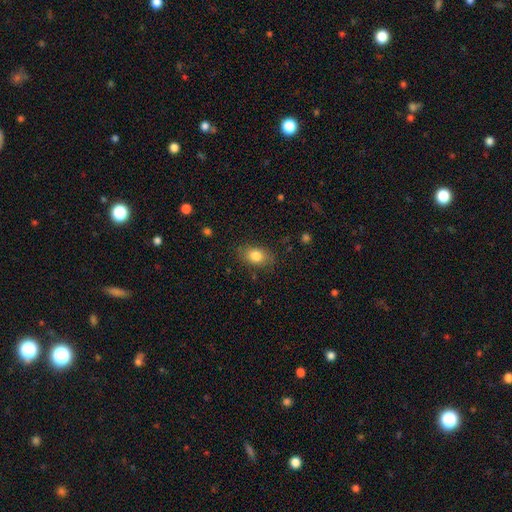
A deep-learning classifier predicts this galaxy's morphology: The model was most divided on "how rounded": in between: 80%, round: 18%, cigar-shaped: 2%. More confident: smooth or featured — smooth (81%); merging — none (80%).